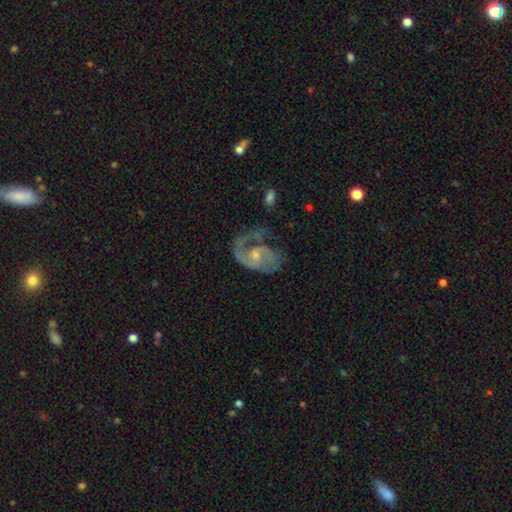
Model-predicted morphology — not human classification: smooth-or-featured: featured or disk: 83% | smooth: 11% | star or artifact: 6%
  disk-edge-on: no: 98% | yes: 2%
    bar: no: 56% | weak: 38% | strong: 7%
    has-spiral-arms: yes: 91% | no: 9%
      spiral-winding: medium: 47% | loose: 29% | tight: 24%
      spiral-arm-count: 2: 46% | 1: 41% | can't tell: 8% | 3: 3% | 4: 1% | more than 4: 1%
    bulge-size: small: 57% | moderate: 35% | none: 5% | large: 2% | dominant: 1%
  merging: none: 38% | major disturbance: 37% | minor disturbance: 21% | merger: 4%